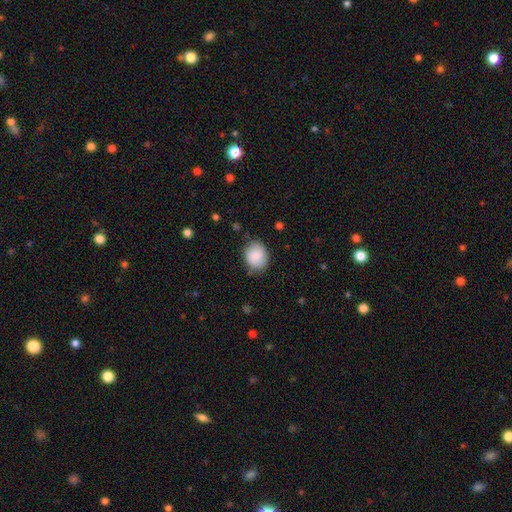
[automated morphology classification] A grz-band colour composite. It shows a smooth galaxy with no disk features (81%) that is round (61%). Merging: none (78%).